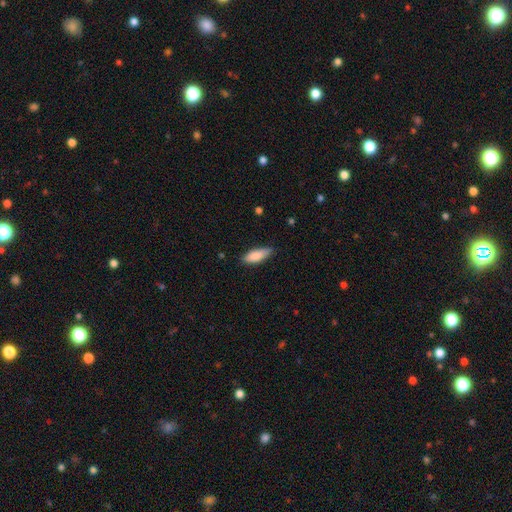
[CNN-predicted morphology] A smooth galaxy with no disk features (85%) that is in between round and cigar-shaped (65%).

Vote fractions:
- Smooth or featured? smooth: 85% / featured or disk: 9% / star or artifact: 6%
- How rounded? in between: 65% / cigar-shaped: 33% / round: 2%
- Merging? none: 77% / minor disturbance: 19% / major disturbance: 3% / merger: 1%